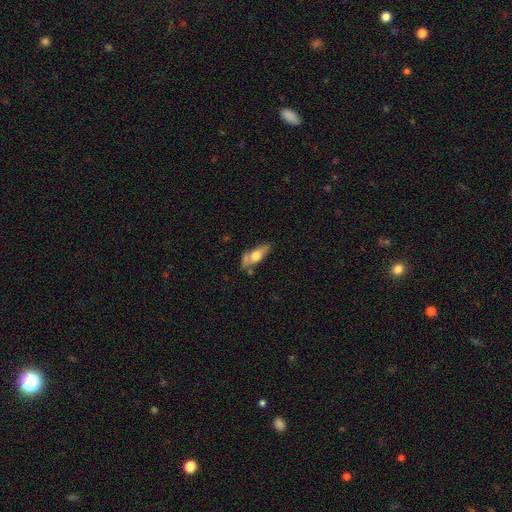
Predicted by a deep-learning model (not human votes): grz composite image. It shows a smooth galaxy with no disk features (49%). Merging: none (58%).